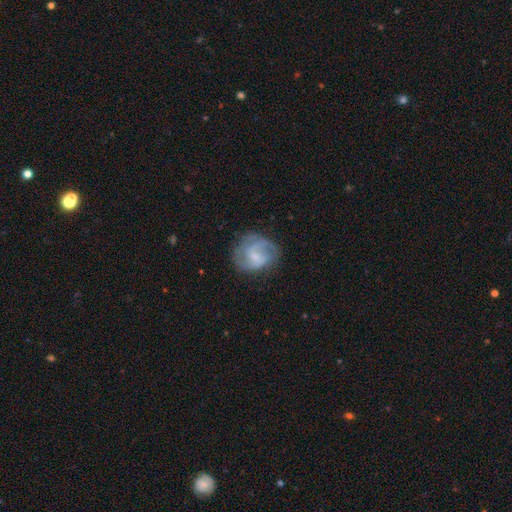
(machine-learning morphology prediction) Smooth or featured? Predicted: featured or disk (p=0.61). Edge-on disk? Predicted: no (p=0.98). Bar? Predicted: weak (p=0.53). Spiral arms? Predicted: yes (p=0.80). Bulge size? Predicted: small (p=0.42). Merging? Predicted: none (p=0.60).